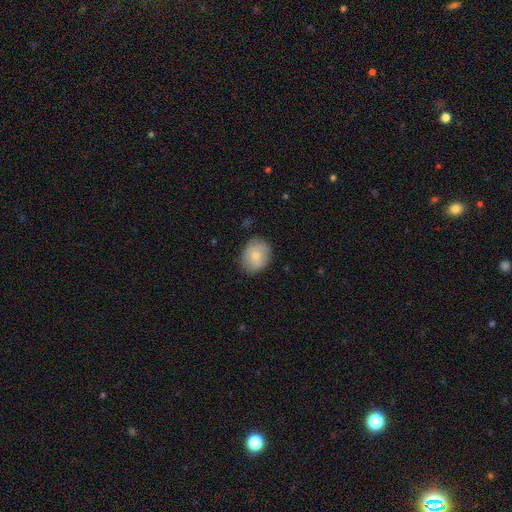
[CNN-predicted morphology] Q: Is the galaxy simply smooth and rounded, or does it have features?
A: smooth — 76%.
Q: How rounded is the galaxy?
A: round — 51%.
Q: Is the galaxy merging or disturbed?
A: none — 81%.